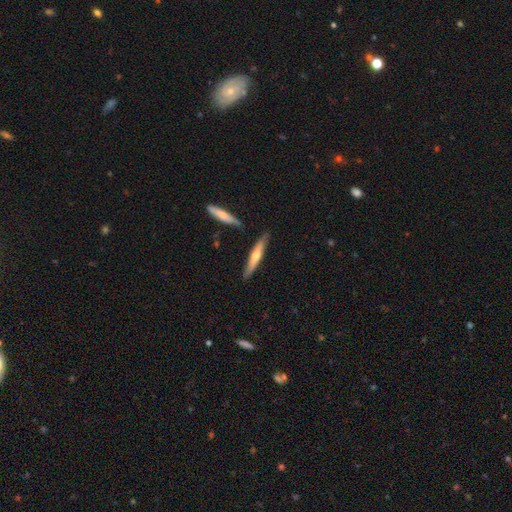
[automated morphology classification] Smooth or featured?
  - featured or disk: 51% *
  - smooth: 44%
  - star or artifact: 5%
Edge-on disk?
  - yes: 91% *
  - no: 9%
Merging?
  - none: 81% *
  - minor disturbance: 12%
  - merger: 4%
  - major disturbance: 2%